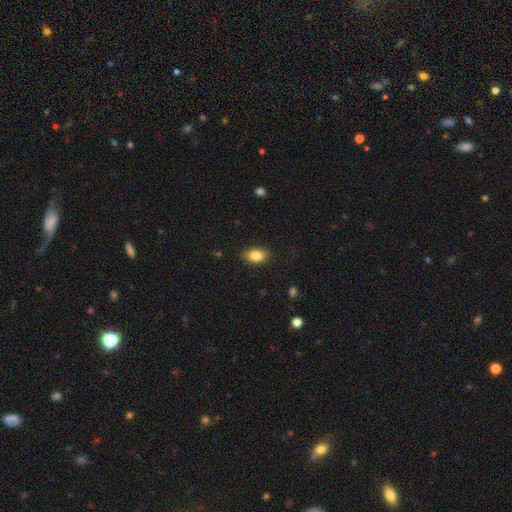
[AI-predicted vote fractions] Smooth or featured? smooth (85%)
How rounded? in between (87%)
Merging? none (85%)